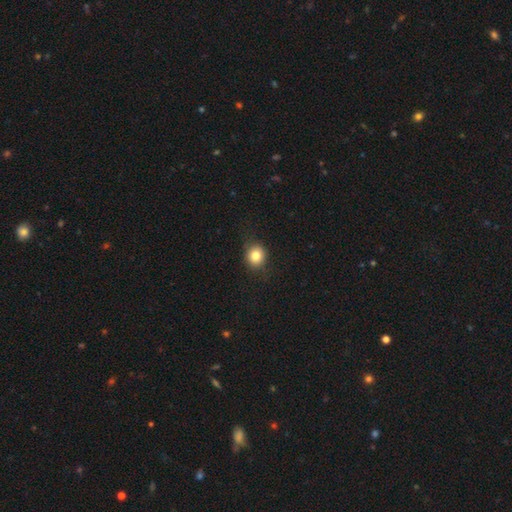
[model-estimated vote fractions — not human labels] Smooth or featured? Predicted: smooth (p=0.82). How rounded? Predicted: round (p=0.79). Merging? Predicted: none (p=0.83).